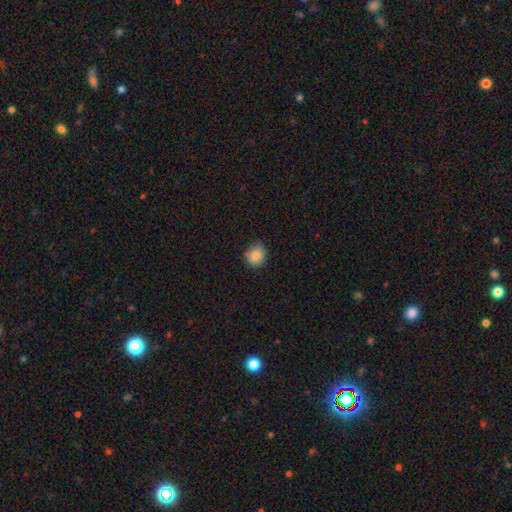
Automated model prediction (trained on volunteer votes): Smooth or featured? Predicted: smooth (p=0.85). How rounded? Predicted: round (p=0.72). Merging? Predicted: none (p=0.68).